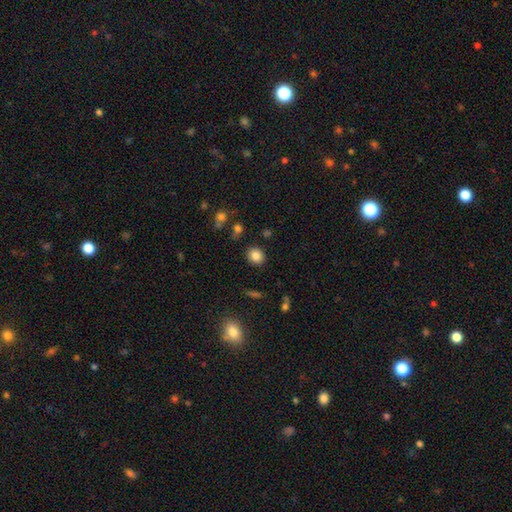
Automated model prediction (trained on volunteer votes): This appears to be a smooth galaxy with no disk features (83%) that is round (70%). Merging: none (88%).